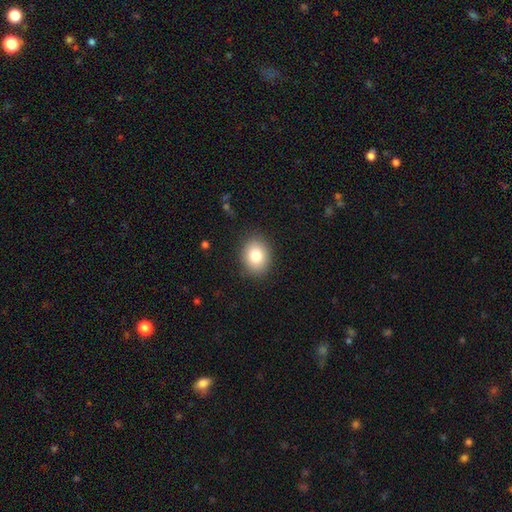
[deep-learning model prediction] Morphology: type=smooth (81%); roundness=in between (50%); merging=none (87%).